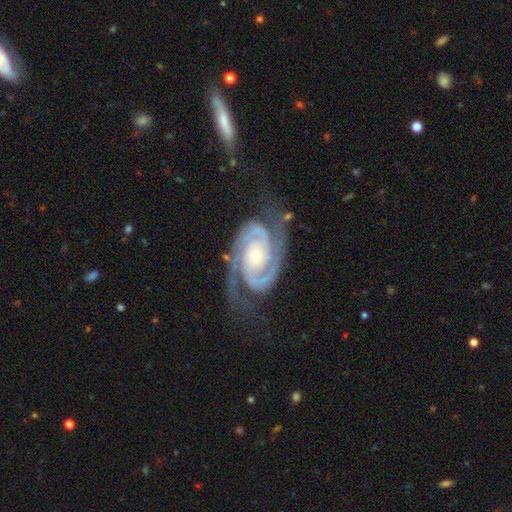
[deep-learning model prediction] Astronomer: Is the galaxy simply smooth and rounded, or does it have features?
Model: featured or disk — 93%.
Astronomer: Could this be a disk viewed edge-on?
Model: no — 97%.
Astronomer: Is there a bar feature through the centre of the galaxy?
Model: no — 71%.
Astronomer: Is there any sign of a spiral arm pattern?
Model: yes — 99%.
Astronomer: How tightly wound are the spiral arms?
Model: tight — 63%.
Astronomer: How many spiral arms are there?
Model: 2 — 90%.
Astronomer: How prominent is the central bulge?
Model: small — 54% (runner-up: moderate, 43%).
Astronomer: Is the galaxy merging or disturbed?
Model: none — 73%.